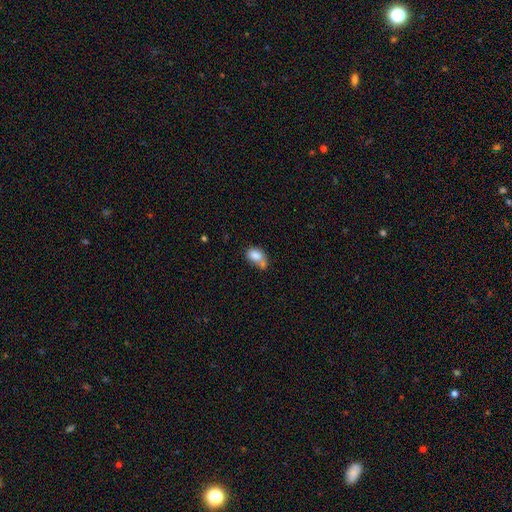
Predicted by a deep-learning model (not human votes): Overall: smooth (80%). How rounded: in between (74%). Merging: merger (43%; none 33%).